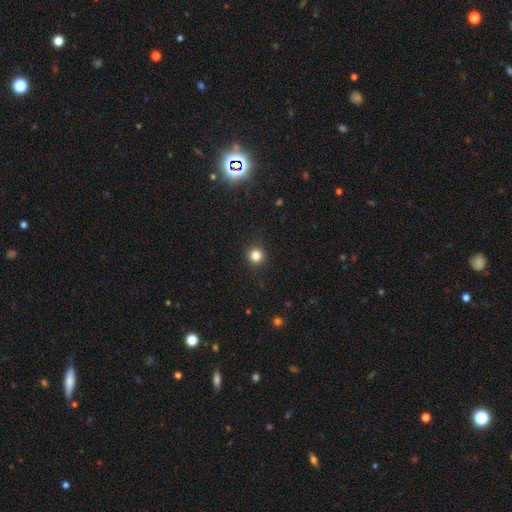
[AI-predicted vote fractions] A smooth galaxy with no disk features (81%) that is round (93%). Merging: none (91%).